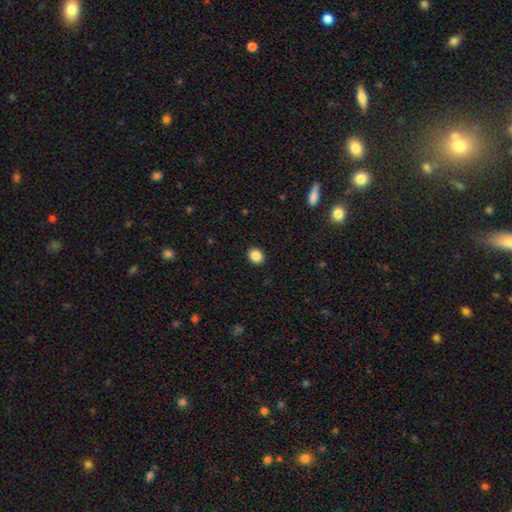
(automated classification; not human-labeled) This is clearly a smooth galaxy (87%). How rounded: possibly round (56%). Merging: clearly none (92%).